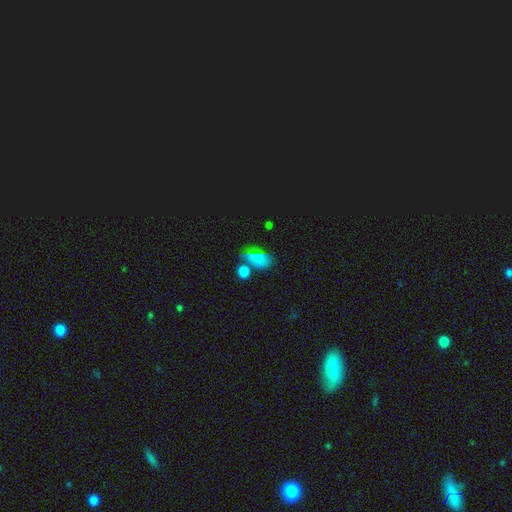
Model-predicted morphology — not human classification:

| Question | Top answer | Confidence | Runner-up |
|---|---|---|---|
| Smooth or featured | smooth | 62% | star or artifact (27%) |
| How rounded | in between | 78% | round (18%) |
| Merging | none | 49% | merger (21%) |